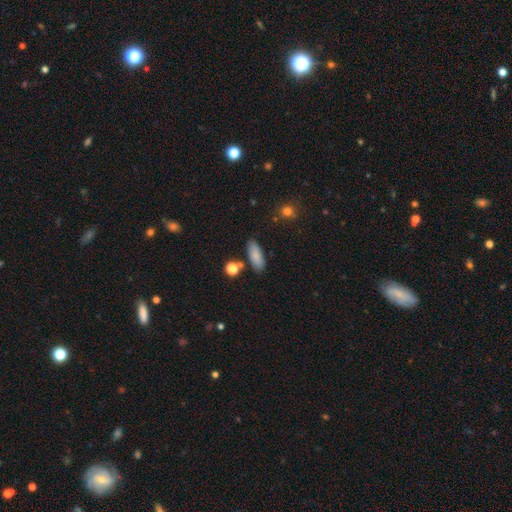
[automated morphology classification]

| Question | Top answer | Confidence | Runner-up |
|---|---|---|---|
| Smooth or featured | smooth | 84% | featured or disk (8%) |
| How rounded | in between | 71% | cigar-shaped (26%) |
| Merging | none | 81% | minor disturbance (11%) |